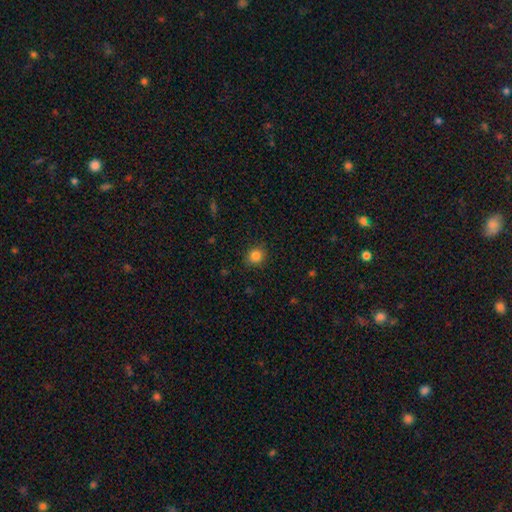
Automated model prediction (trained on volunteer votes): smooth-or-featured: smooth: 84% | star or artifact: 11% | featured or disk: 5%
  how-rounded: round: 80% | in between: 19% | cigar-shaped: 1%
  merging: none: 89% | minor disturbance: 8% | major disturbance: 2% | merger: 1%